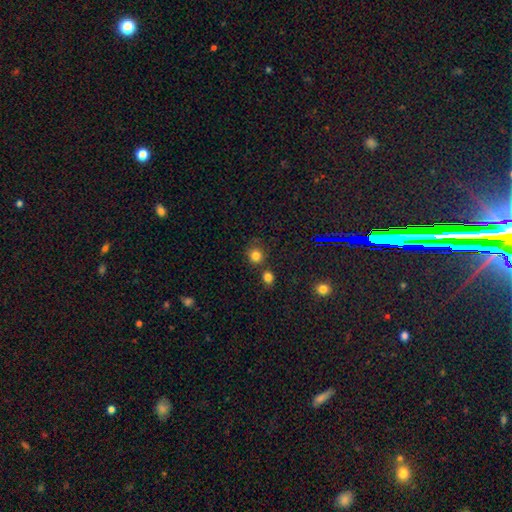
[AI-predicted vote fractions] The model was most divided on "merging": none: 71%, merger: 14%, minor disturbance: 11%, major disturbance: 4%. More confident: how rounded — round (89%); smooth or featured — smooth (80%).